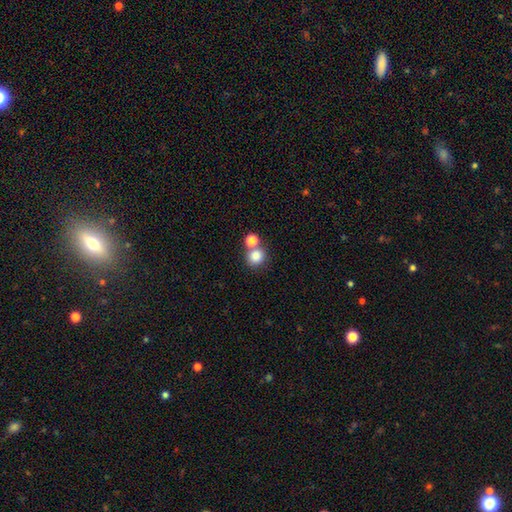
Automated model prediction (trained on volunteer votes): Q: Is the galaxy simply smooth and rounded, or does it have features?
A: smooth — 82%.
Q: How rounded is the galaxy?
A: round — 86%.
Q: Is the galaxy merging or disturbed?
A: none — 57%.